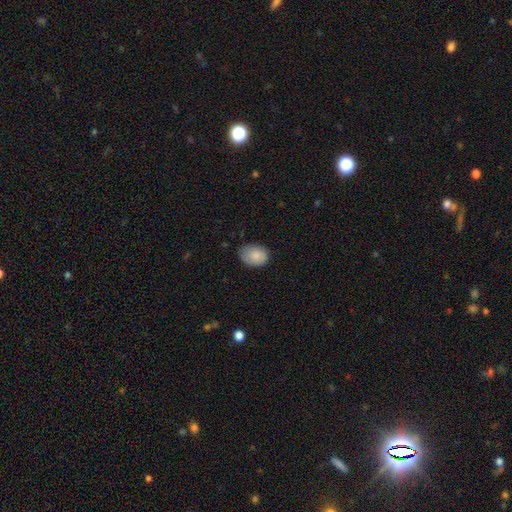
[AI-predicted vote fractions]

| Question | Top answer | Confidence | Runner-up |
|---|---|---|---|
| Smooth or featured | smooth | 86% | star or artifact (7%) |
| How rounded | in between | 75% | round (25%) |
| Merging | none | 69% | minor disturbance (25%) |